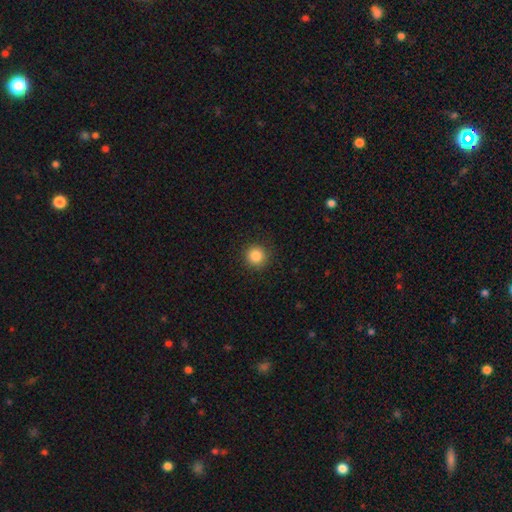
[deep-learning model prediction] Overall: smooth (85%). How rounded: round (95%). Merging: none (91%).